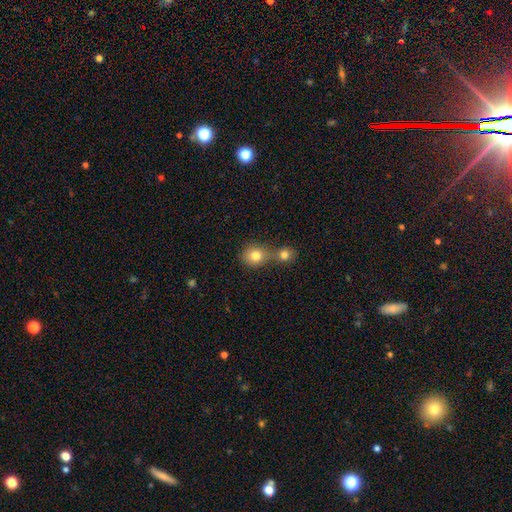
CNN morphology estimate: This appears to be a smooth galaxy with no disk features (80%) that is round (74%). Merging: merger (53%).